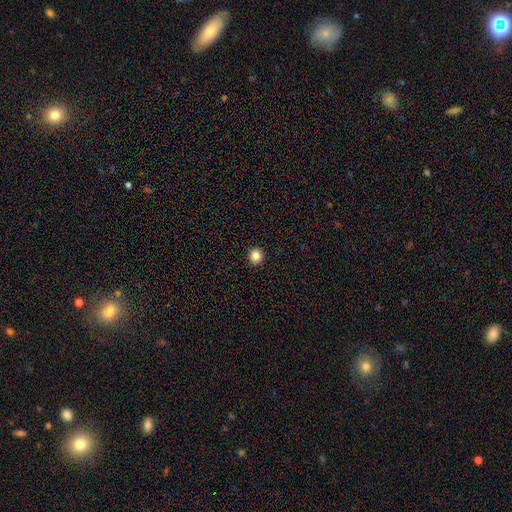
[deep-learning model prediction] Overall: smooth (85%). How rounded: round (89%). Merging: none (93%).